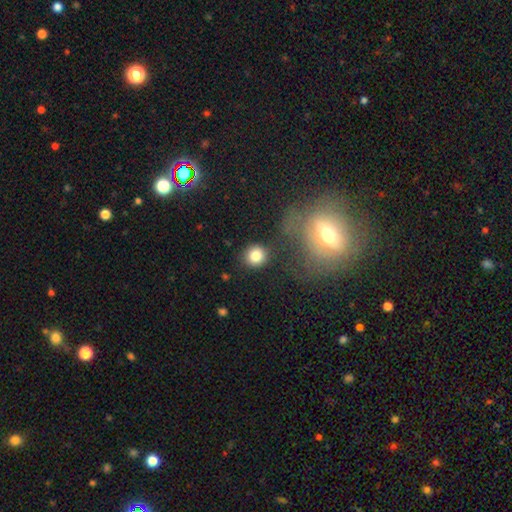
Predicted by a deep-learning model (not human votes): Smooth or featured? Predicted: smooth (p=0.83). How rounded? Predicted: round (p=0.87). Merging? Predicted: none (p=0.83).